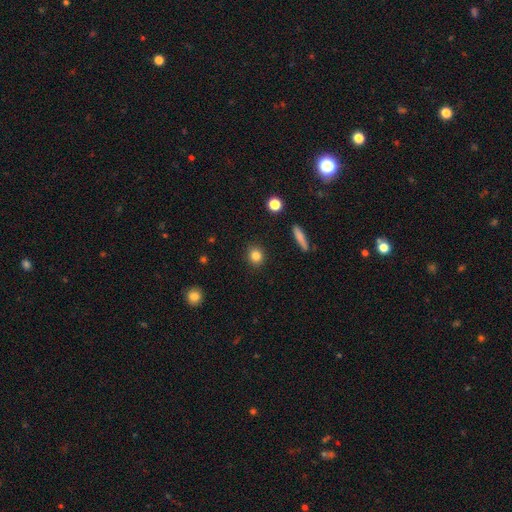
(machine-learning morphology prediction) type=smooth (84%); roundness=round (84%); merging=none (90%).